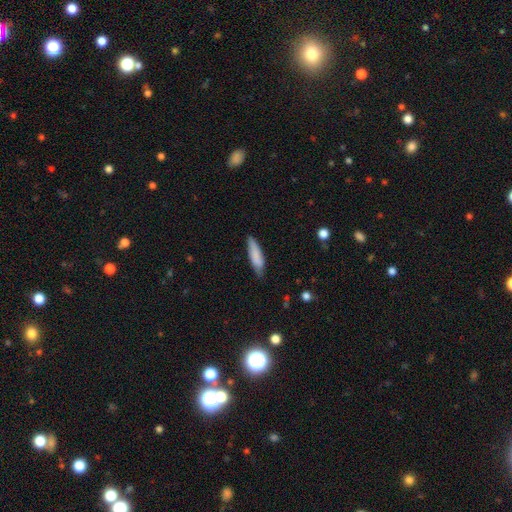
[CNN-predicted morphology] smooth_or_featured: smooth (p=0.83) [alt: featured or disk p=0.11]
how_rounded: cigar-shaped (p=0.62) [alt: in between p=0.36]
merging: none (p=0.72) [alt: minor disturbance p=0.23]